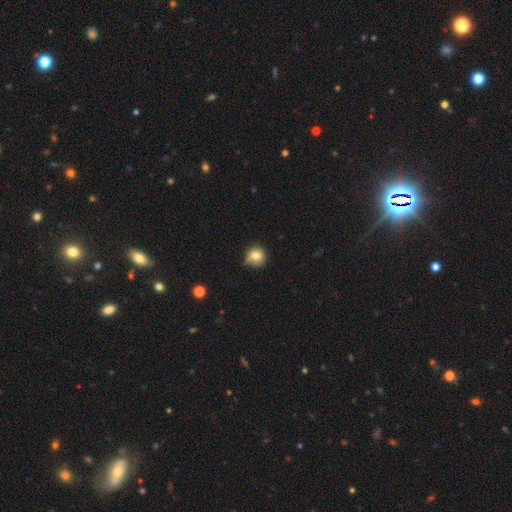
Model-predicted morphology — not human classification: Smooth or featured: smooth — 79% (featured or disk — 11%)
How rounded: round — 87% (in between — 12%)
Merging: none — 58% (minor disturbance — 32%)